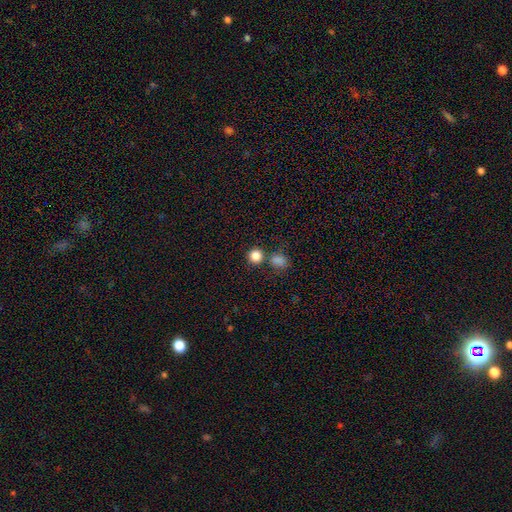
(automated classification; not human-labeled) Overall: smooth (84%). How rounded: round (91%). Merging: none (71%).